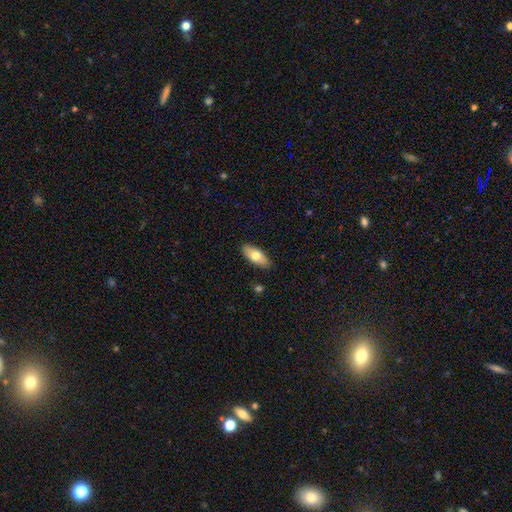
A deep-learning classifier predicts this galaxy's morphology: A smooth galaxy with no disk features (70%) that is in between round and cigar-shaped (83%).

Vote fractions:
- Smooth or featured? smooth: 70% / featured or disk: 24% / star or artifact: 6%
- How rounded? in between: 83% / cigar-shaped: 14% / round: 3%
- Merging? none: 88% / minor disturbance: 9% / major disturbance: 2% / merger: 1%